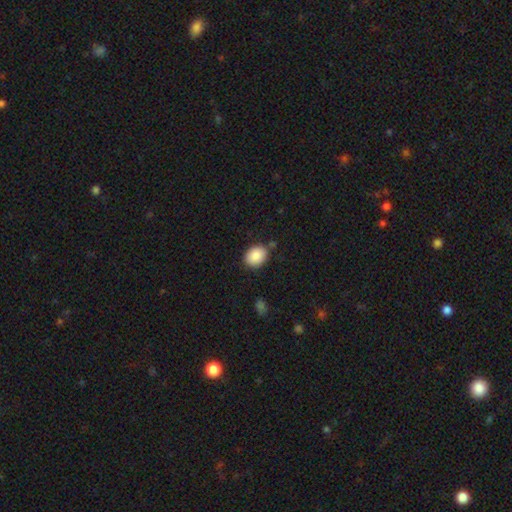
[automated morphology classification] Smooth or featured? Predicted: smooth (p=0.88). How rounded? Predicted: in between (p=0.61). Merging? Predicted: none (p=0.80).